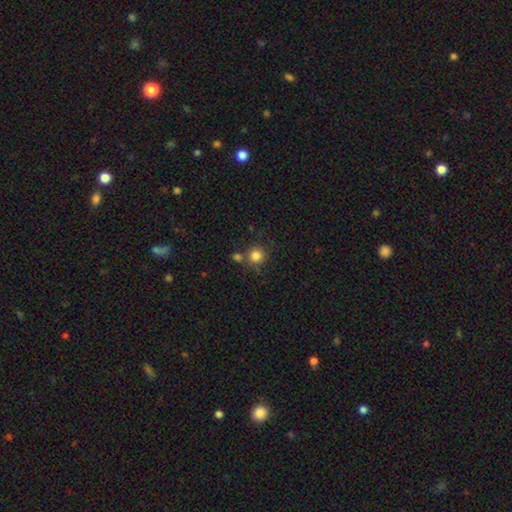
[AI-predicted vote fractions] Smooth or featured? smooth (83%)
How rounded? round (92%)
Merging? none (69%)